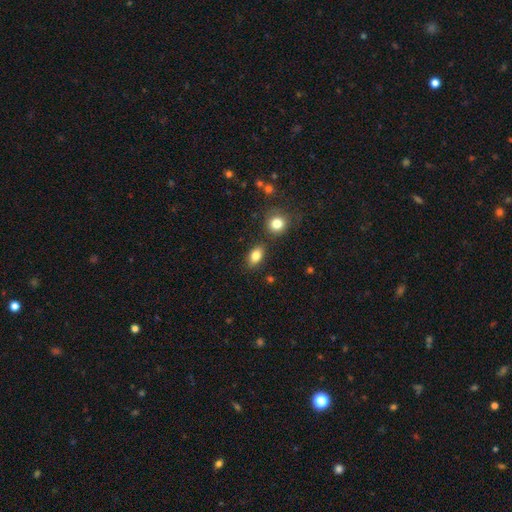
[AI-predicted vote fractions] Overall: smooth (83%). How rounded: in between (85%). Merging: none (81%).